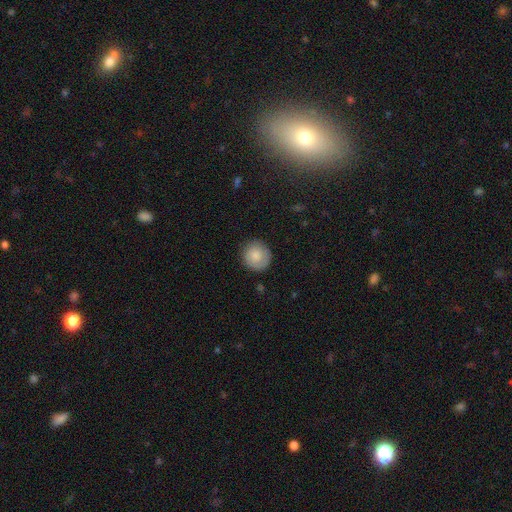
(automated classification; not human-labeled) Q: Smooth or featured?
A: smooth (79%); runner-up: featured or disk (14%)
Q: How rounded?
A: round (91%); runner-up: in between (8%)
Q: Merging?
A: none (84%); runner-up: minor disturbance (12%)